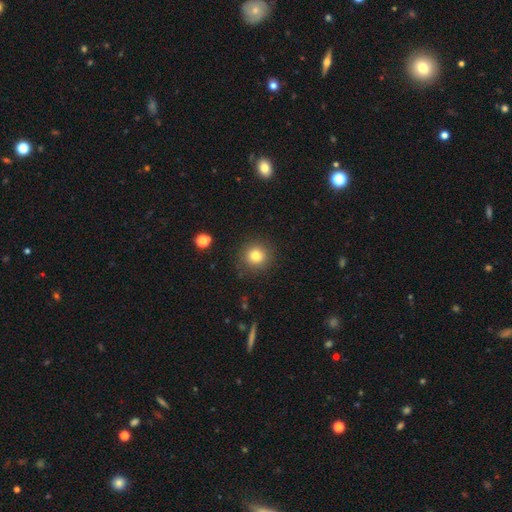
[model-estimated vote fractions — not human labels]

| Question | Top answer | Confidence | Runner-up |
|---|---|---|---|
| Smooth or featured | smooth | 81% | star or artifact (12%) |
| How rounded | round | 92% | in between (7%) |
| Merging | none | 88% | minor disturbance (8%) |